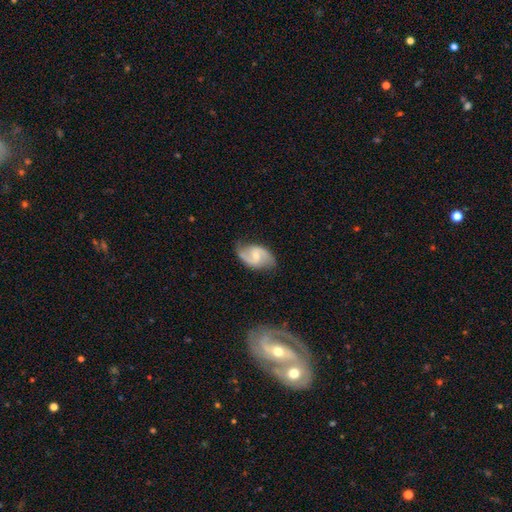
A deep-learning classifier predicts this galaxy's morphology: This is clearly a featured or disk galaxy (81%). It is clearly not viewed edge-on (97%). Bar: possibly weak (54%). Spiral arm pattern: clearly yes (95%). Spiral arm count: clearly 2 (91%). Spiral winding: possibly medium (48%). Central bulge: possibly small (51%). Merging: likely none (76%).